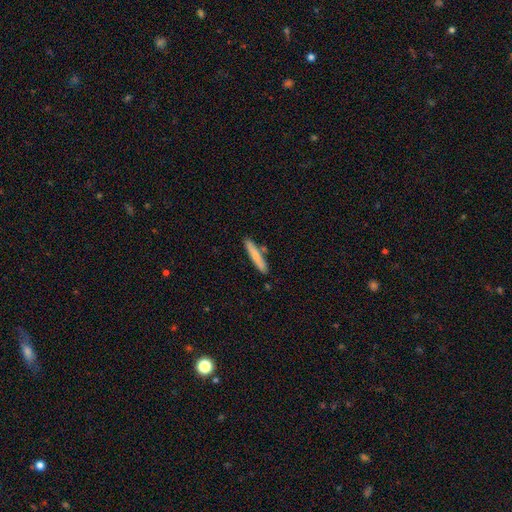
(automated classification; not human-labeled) Smooth or featured? smooth (69%)
How rounded? cigar-shaped (92%)
Merging? none (82%)